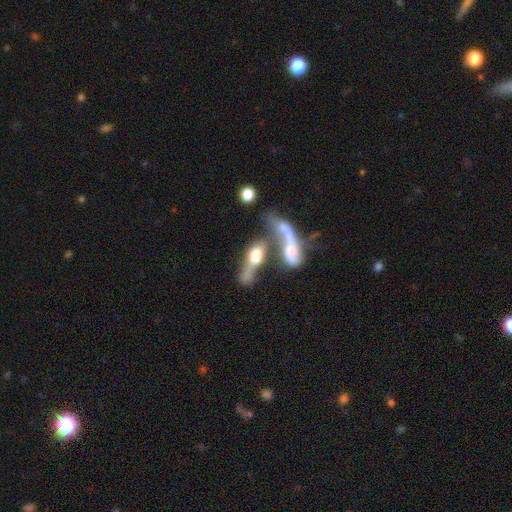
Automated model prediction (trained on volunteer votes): A featured or disk galaxy (47%).

Vote fractions:
- Smooth or featured? featured or disk: 47% / smooth: 43% / star or artifact: 10%
- Merging? merger: 64% / major disturbance: 17% / none: 11% / minor disturbance: 7%